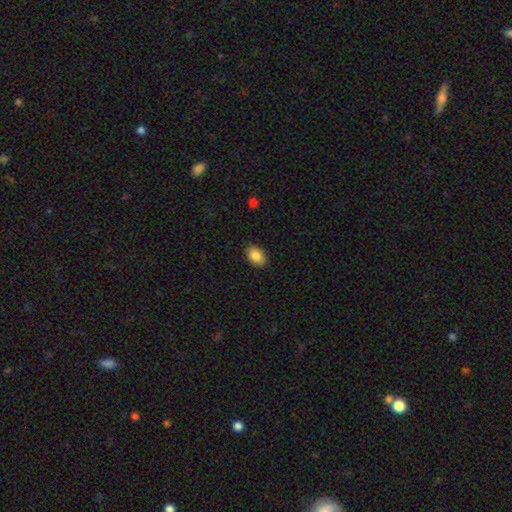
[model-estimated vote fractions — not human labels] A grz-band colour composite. It shows a smooth galaxy with no disk features (87%) that is in between round and cigar-shaped (89%). Merging: none (88%).